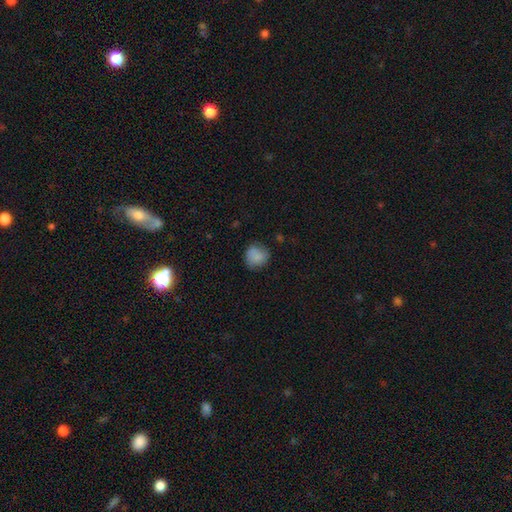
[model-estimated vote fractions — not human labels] smooth 82%, featured or disk 9%, star or artifact 9%. Down the decision tree: how rounded — round (85%); merging — none (73%).